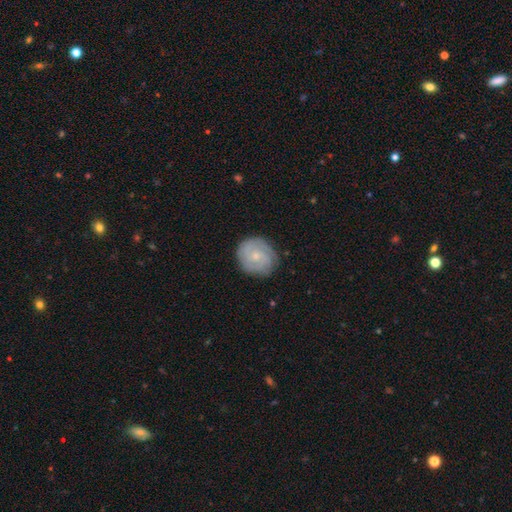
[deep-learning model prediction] Smooth or featured: featured or disk — 70% (smooth — 24%)
Edge-on disk: no — 98% (yes — 2%)
Bar: no — 73% (weak — 24%)
Spiral arms: yes — 93% (no — 7%)
Spiral winding: tight — 73% (medium — 22%)
Spiral arm count: 2 — 33% (can't tell — 27%)
Bulge size: small — 71% (moderate — 23%)
Merging: none — 83% (minor disturbance — 13%)